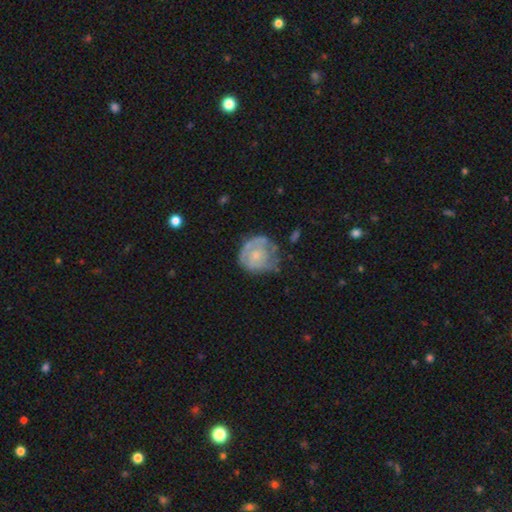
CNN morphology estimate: Smooth or featured? Predicted: featured or disk (p=0.51). Edge-on disk? Predicted: no (p=0.98). Merging? Predicted: none (p=0.48).